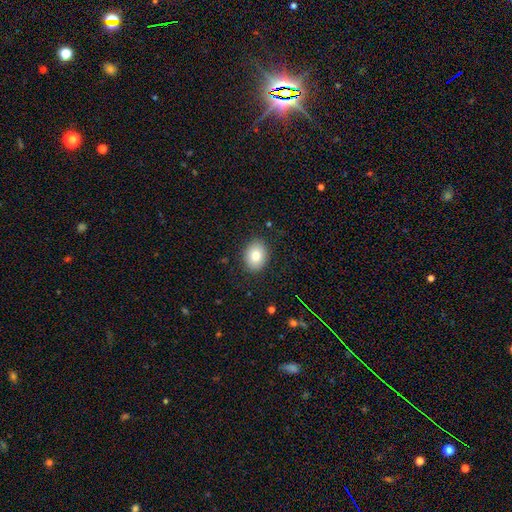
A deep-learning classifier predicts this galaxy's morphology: smooth_or_featured: smooth (p=0.80) [alt: featured or disk p=0.11]
how_rounded: in between (p=0.57) [alt: round p=0.42]
merging: none (p=0.88) [alt: minor disturbance p=0.09]